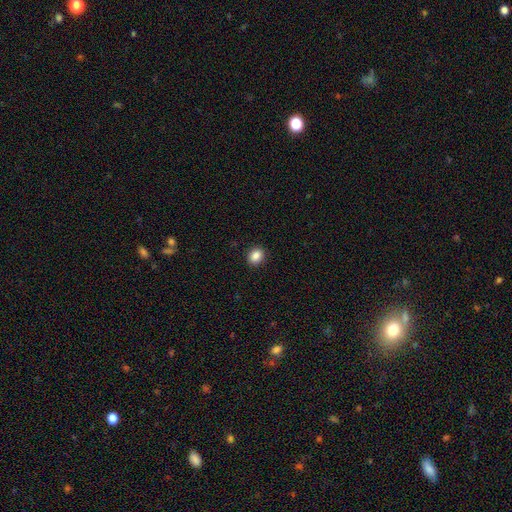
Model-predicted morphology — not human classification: Smooth or featured? smooth (88%)
How rounded? round (58%)
Merging? none (91%)